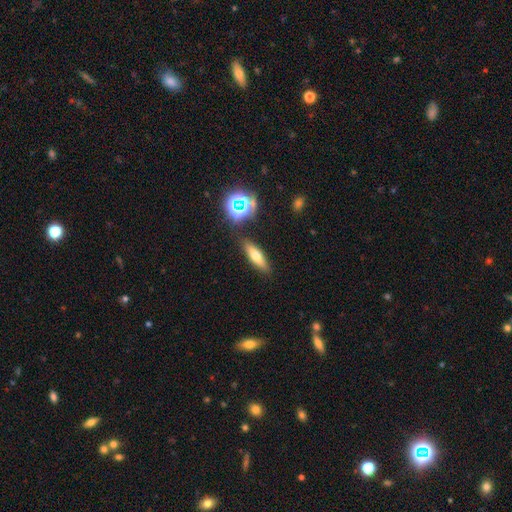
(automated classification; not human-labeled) Smooth or featured? Predicted: smooth (p=0.59). How rounded? Predicted: cigar-shaped (p=0.59). Merging? Predicted: none (p=0.85).